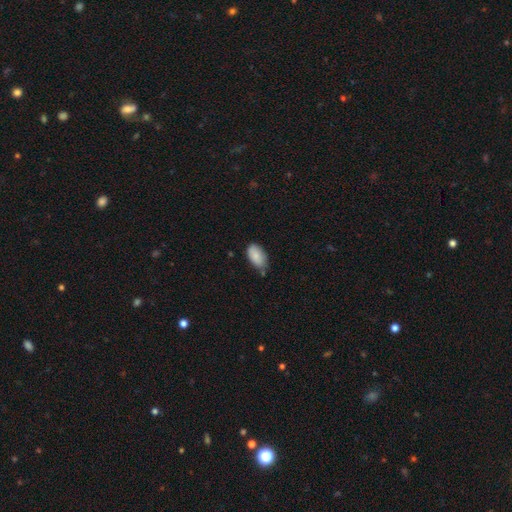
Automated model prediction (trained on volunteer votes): This is clearly a smooth galaxy (86%). How rounded: clearly in between (94%). Merging: possibly none (58%).